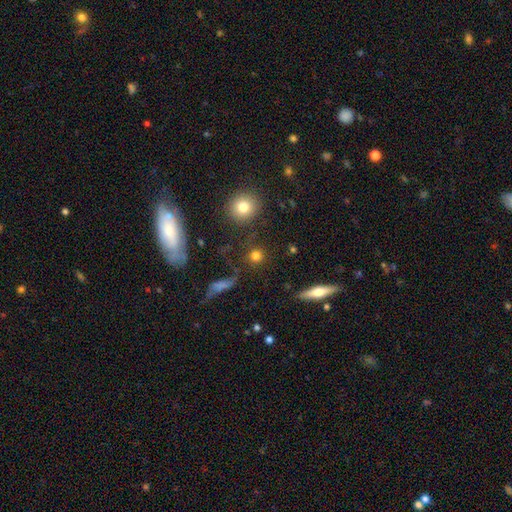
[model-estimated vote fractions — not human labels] Smooth or featured? Predicted: smooth (p=0.77). How rounded? Predicted: round (p=0.91). Merging? Predicted: none (p=0.82).